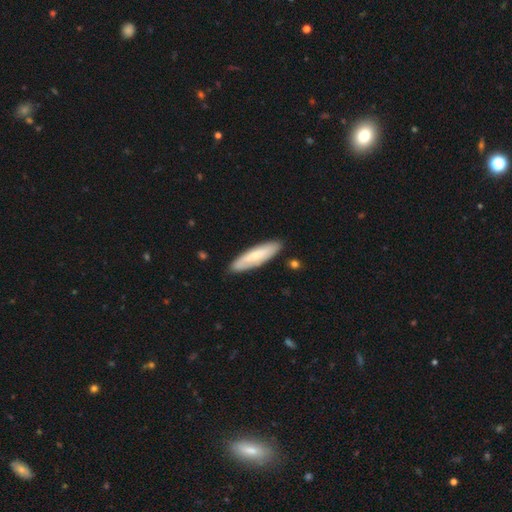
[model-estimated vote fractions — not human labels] smooth 62%, featured or disk 32%, star or artifact 5%. Down the decision tree: how rounded — cigar-shaped (66%); merging — none (87%).